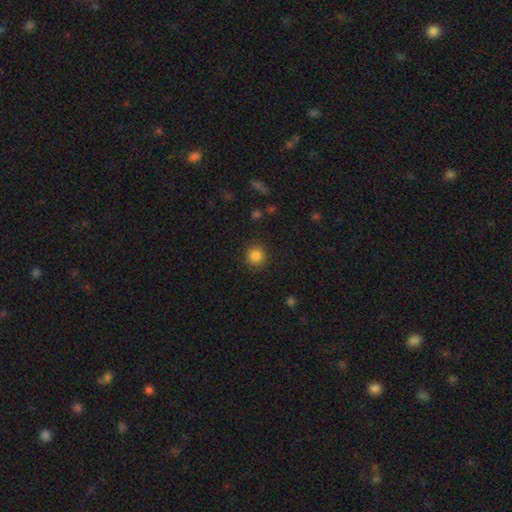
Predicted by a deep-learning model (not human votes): Smooth or featured: smooth — 85% (star or artifact — 11%)
How rounded: round — 94% (in between — 5%)
Merging: none — 90% (minor disturbance — 7%)